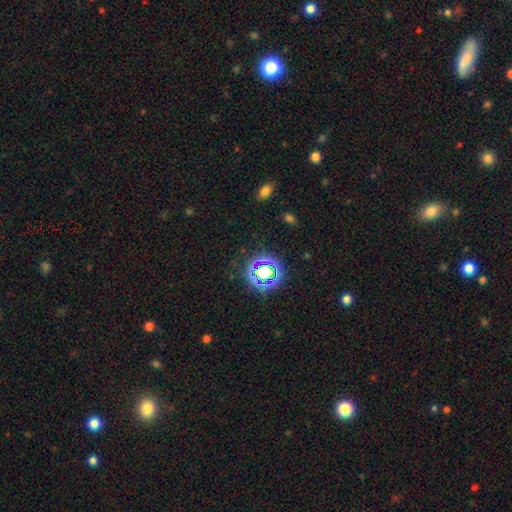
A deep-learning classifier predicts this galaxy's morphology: Smooth or featured?
  - star or artifact: 68% *
  - smooth: 23%
  - featured or disk: 8%